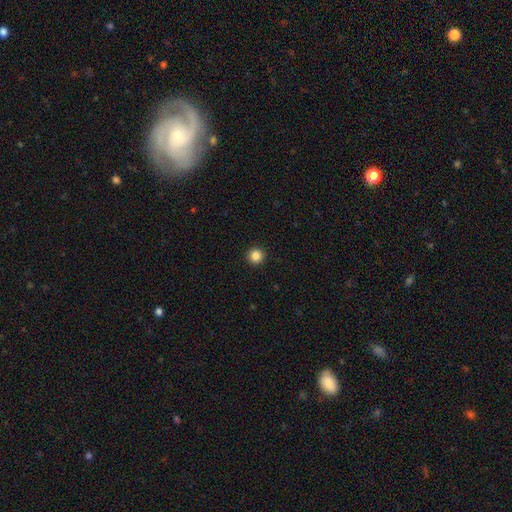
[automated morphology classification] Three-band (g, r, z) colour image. It shows a smooth galaxy with no disk features (86%) that is round (96%). Merging: none (94%).